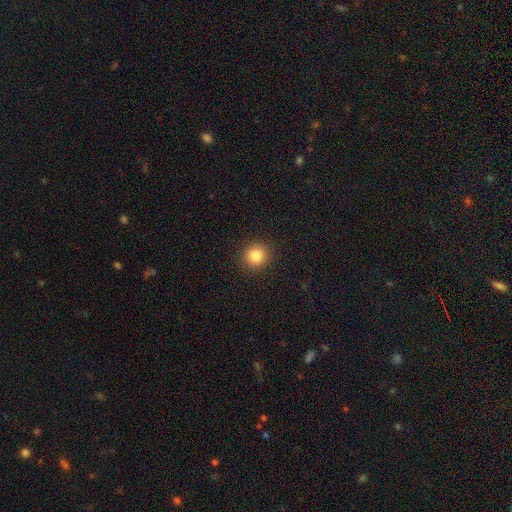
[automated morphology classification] Smooth or featured: smooth — 83% (star or artifact — 11%)
How rounded: round — 91% (in between — 8%)
Merging: none — 92% (minor disturbance — 5%)